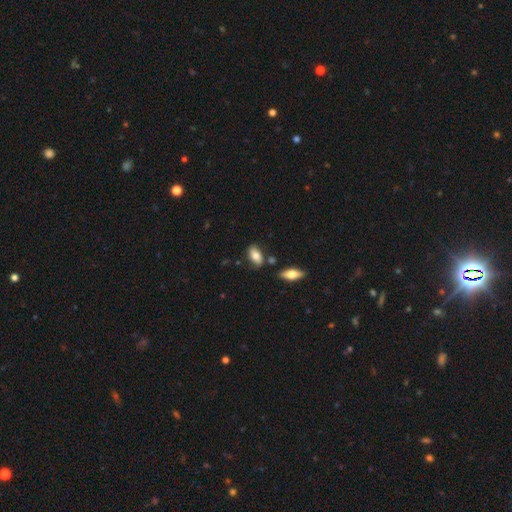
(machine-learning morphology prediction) A smooth galaxy with no disk features (75%) that is in between round and cigar-shaped (90%).

Vote fractions:
- Smooth or featured? smooth: 75% / featured or disk: 18% / star or artifact: 7%
- How rounded? in between: 90% / cigar-shaped: 7% / round: 4%
- Merging? none: 75% / minor disturbance: 15% / merger: 7% / major disturbance: 3%